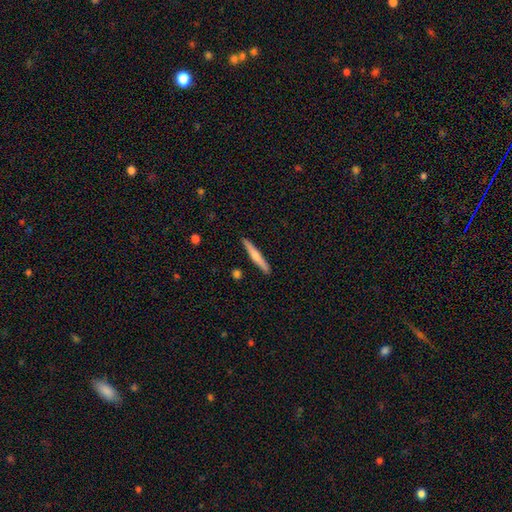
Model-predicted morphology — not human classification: Overall: smooth (56%; featured or disk 38%). How rounded: cigar-shaped (94%). Merging: none (90%).